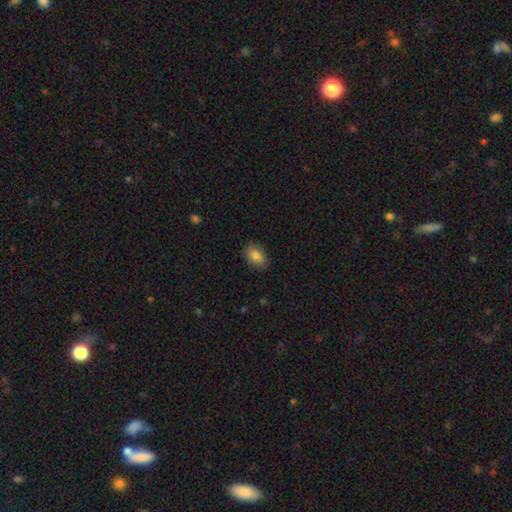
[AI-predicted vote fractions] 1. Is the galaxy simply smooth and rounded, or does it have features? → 85% smooth, 8% star or artifact, 7% featured or disk.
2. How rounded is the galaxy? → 89% in between, 9% round, 2% cigar-shaped.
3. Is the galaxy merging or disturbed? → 85% none, 12% minor disturbance, 3% major disturbance, 1% merger.